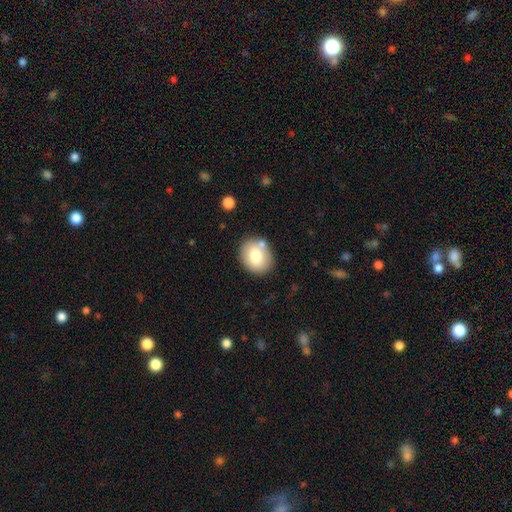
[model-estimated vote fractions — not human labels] smooth-or-featured: smooth: 77% | featured or disk: 15% | star or artifact: 8%
  how-rounded: round: 61% | in between: 38% | cigar-shaped: 1%
  merging: none: 76% | minor disturbance: 12% | merger: 9% | major disturbance: 3%